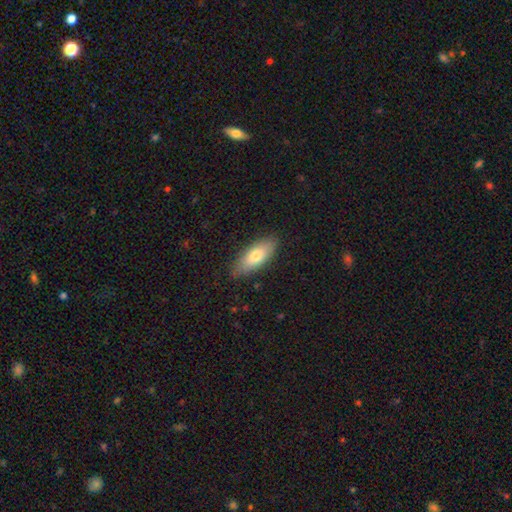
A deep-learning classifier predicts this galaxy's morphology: A smooth galaxy with no disk features (75%) that is in between round and cigar-shaped (74%). Merging: none (86%).